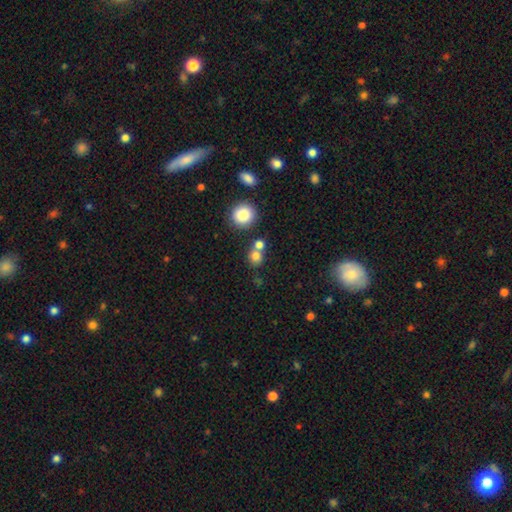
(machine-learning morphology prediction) A smooth galaxy with no disk features (78%) that is round (81%).

Vote fractions:
- Smooth or featured? smooth: 78% / star or artifact: 13% / featured or disk: 8%
- How rounded? round: 81% / in between: 18% / cigar-shaped: 1%
- Merging? none: 54% / merger: 35% / minor disturbance: 8% / major disturbance: 4%